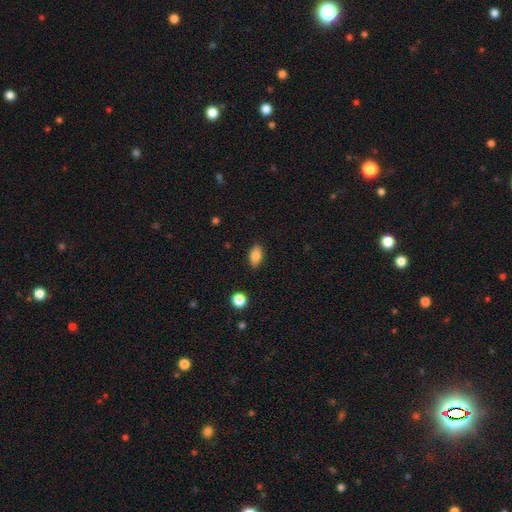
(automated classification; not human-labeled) Q: Smooth or featured?
A: smooth (84%); runner-up: star or artifact (9%)
Q: How rounded?
A: in between (89%); runner-up: round (7%)
Q: Merging?
A: none (86%); runner-up: minor disturbance (10%)